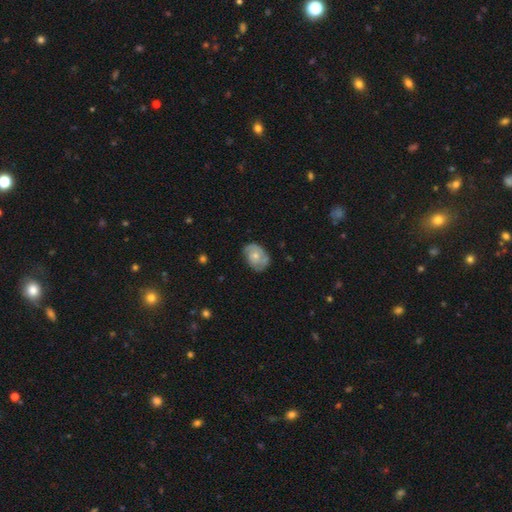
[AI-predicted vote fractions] A featured or disk galaxy (47%).

Vote fractions:
- Smooth or featured? featured or disk: 47% / smooth: 46% / star or artifact: 7%
- Merging? none: 61% / minor disturbance: 29% / major disturbance: 8% / merger: 3%